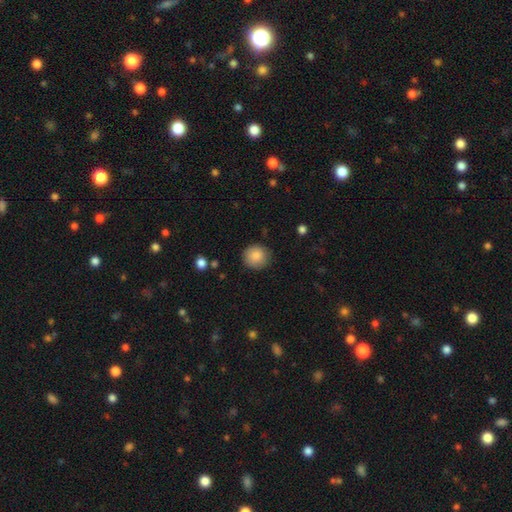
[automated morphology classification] Q: Smooth or featured?
A: smooth (86%); runner-up: star or artifact (8%)
Q: How rounded?
A: round (91%); runner-up: in between (8%)
Q: Merging?
A: none (86%); runner-up: minor disturbance (10%)